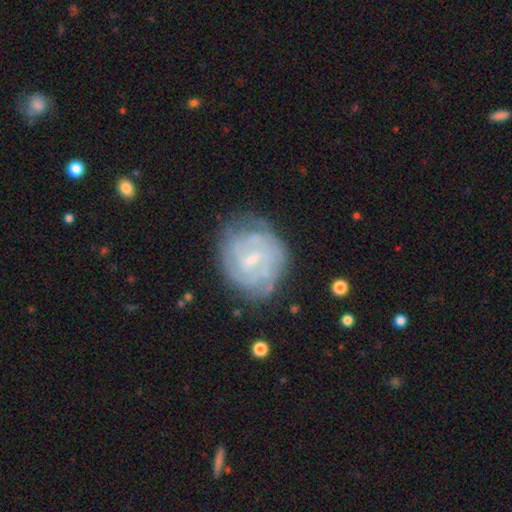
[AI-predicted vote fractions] Smooth or featured?
  - featured or disk: 74% *
  - smooth: 18%
  - star or artifact: 8%
Edge-on disk?
  - no: 97% *
  - yes: 3%
Bar?
  - weak: 55% *
  - no: 32%
  - strong: 13%
Spiral arms?
  - yes: 88% *
  - no: 12%
Spiral winding?
  - tight: 68% *
  - medium: 25%
  - loose: 7%
Spiral arm count?
  - can't tell: 47% *
  - 2: 23%
  - 3: 13%
  - 4: 9%
  - more than 4: 5%
  - 1: 5%
Bulge size?
  - small: 65% *
  - moderate: 26%
  - none: 7%
  - large: 1%
  - dominant: 1%
Merging?
  - none: 73% *
  - minor disturbance: 18%
  - major disturbance: 7%
  - merger: 2%